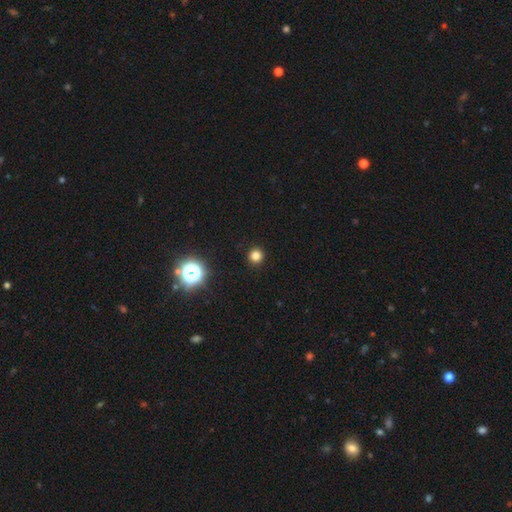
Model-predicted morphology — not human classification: Overall: smooth (80%). How rounded: round (95%). Merging: none (93%).